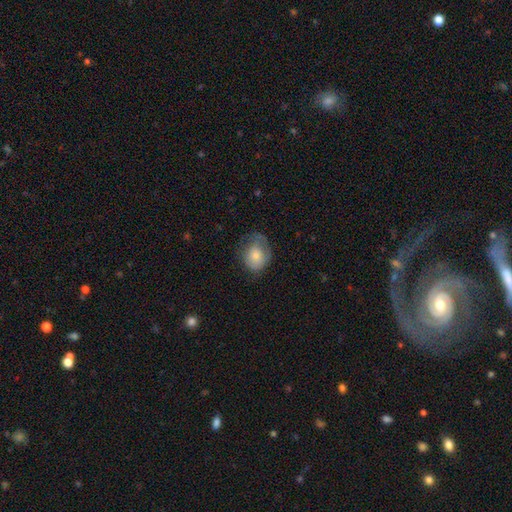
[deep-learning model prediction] This appears to be a smooth galaxy with no disk features (72%) that is in between round and cigar-shaped (50%). Merging: none (47%).